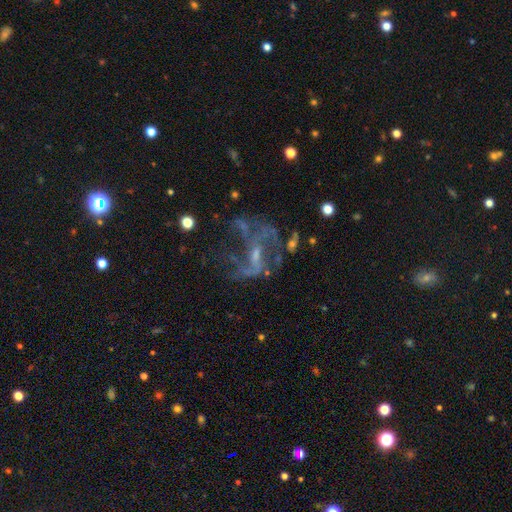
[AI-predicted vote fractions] Smooth or featured: featured or disk — 72% (star or artifact — 17%)
Edge-on disk: no — 96% (yes — 4%)
Bar: no — 47% (weak — 38%)
Spiral arms: yes — 54% (no — 46%)
Bulge size: small — 50% (none — 25%)
Merging: major disturbance — 40% (none — 37%)